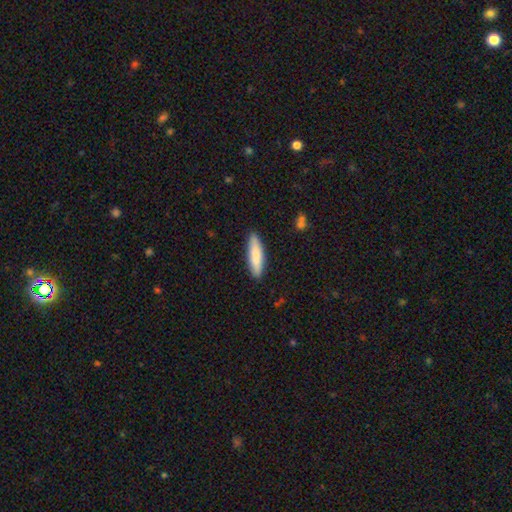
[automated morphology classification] smooth 82%, featured or disk 13%, star or artifact 5%. Down the decision tree: how rounded — cigar-shaped (71%); merging — none (89%).